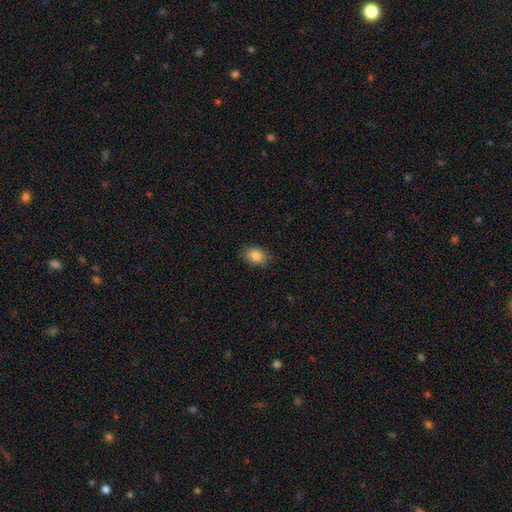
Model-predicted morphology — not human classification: Smooth or featured?
  - smooth: 86% *
  - star or artifact: 9%
  - featured or disk: 6%
How rounded?
  - in between: 75% *
  - round: 24%
  - cigar-shaped: 1%
Merging?
  - none: 84% *
  - minor disturbance: 12%
  - major disturbance: 3%
  - merger: 1%